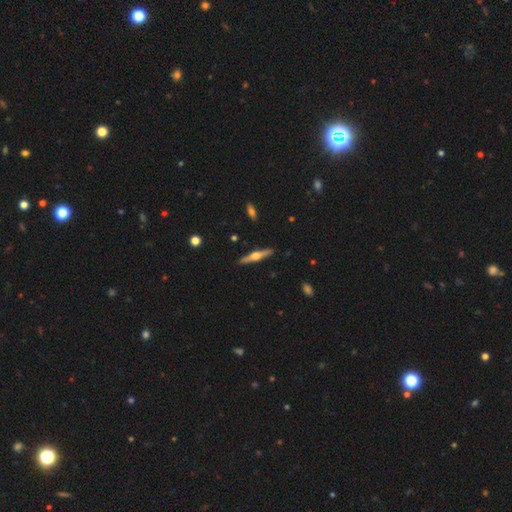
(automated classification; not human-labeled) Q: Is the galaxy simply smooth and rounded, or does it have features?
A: featured or disk — 74%.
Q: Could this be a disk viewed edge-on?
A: yes — 98%.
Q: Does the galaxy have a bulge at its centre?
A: rounded — 94%.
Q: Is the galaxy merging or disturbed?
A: none — 91%.